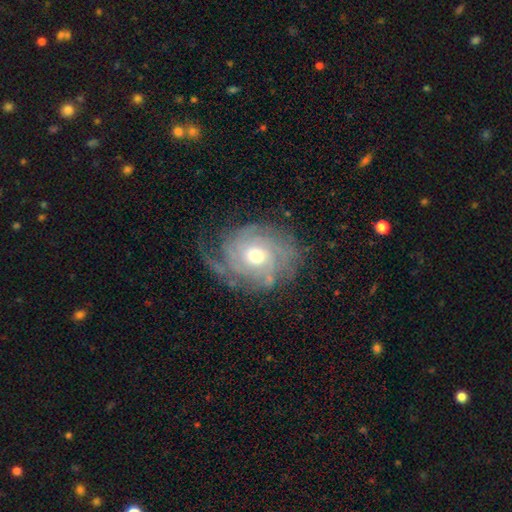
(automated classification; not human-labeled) A featured or disk galaxy (83%) with no bar (76%), tight (67%) spiral arms (93%) and a moderate central bulge (62%). Merging: none (65%).